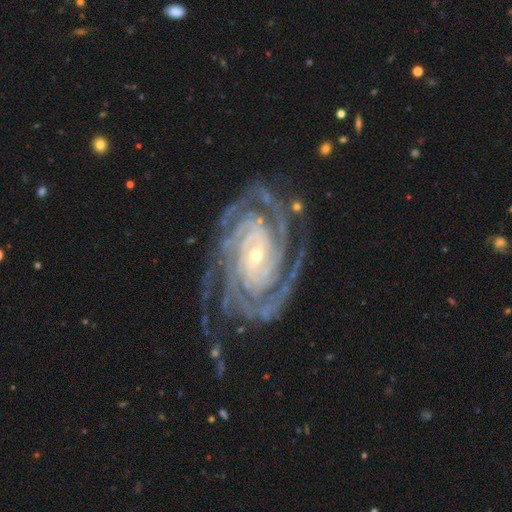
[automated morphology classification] Smooth or featured?
  - featured or disk: 94% *
  - star or artifact: 4%
  - smooth: 2%
Edge-on disk?
  - no: 97% *
  - yes: 3%
Bar?
  - no: 50% *
  - weak: 29%
  - strong: 21%
Spiral arms?
  - yes: 99% *
  - no: 1%
Spiral winding?
  - tight: 80% *
  - medium: 17%
  - loose: 2%
Spiral arm count?
  - 4: 27% *
  - 3: 20%
  - 2: 17%
  - more than 4: 15%
  - can't tell: 13%
  - 1: 8%
Bulge size?
  - small: 73% *
  - moderate: 23%
  - large: 2%
  - none: 1%
  - dominant: 1%
Merging?
  - none: 74% *
  - minor disturbance: 16%
  - major disturbance: 8%
  - merger: 2%